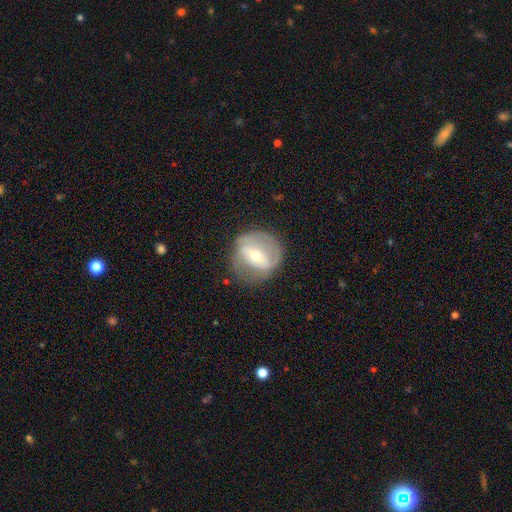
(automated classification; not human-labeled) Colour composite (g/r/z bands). It shows a featured or disk galaxy (66%) with a strong bar (39%), spiral arms (62%) and a moderate central bulge (54%). Merging: none (67%).